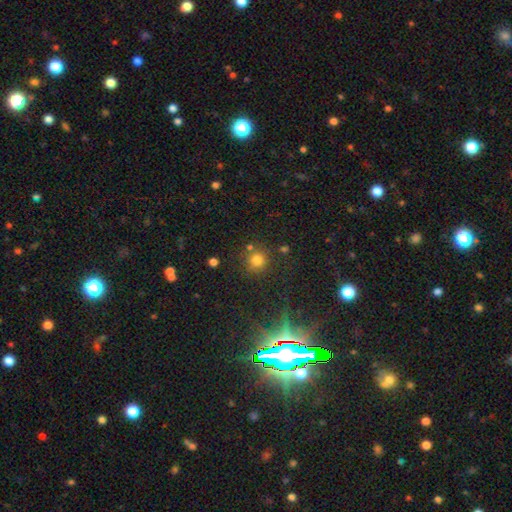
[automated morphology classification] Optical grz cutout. It shows a smooth galaxy with no disk features (56%) that is round (93%). Merging: none (85%).